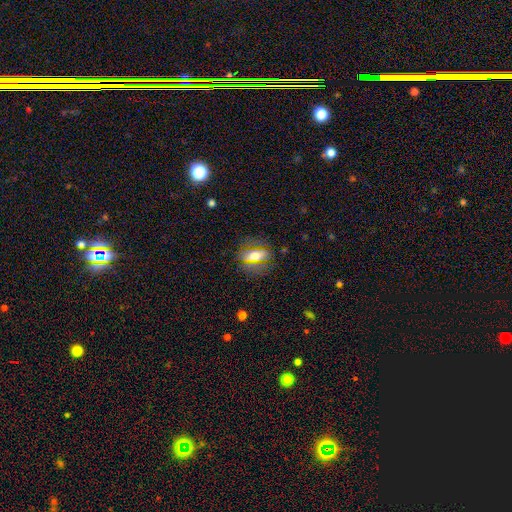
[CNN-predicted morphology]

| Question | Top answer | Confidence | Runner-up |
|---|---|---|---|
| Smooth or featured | smooth | 53% | featured or disk (33%) |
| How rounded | in between | 64% | round (23%) |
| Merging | none | 76% | minor disturbance (15%) |